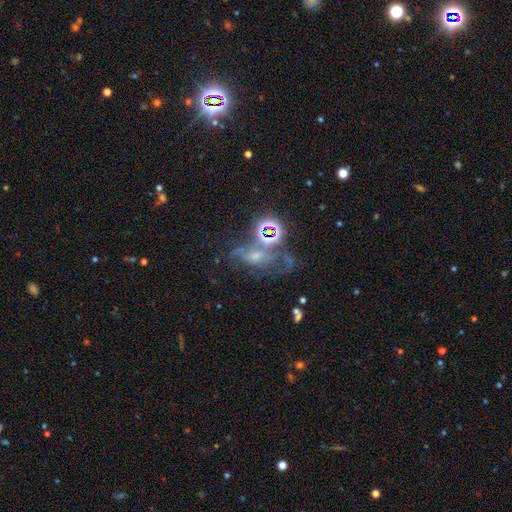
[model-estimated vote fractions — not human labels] Morphology: type=featured or disk (40%); merging=none (31%).